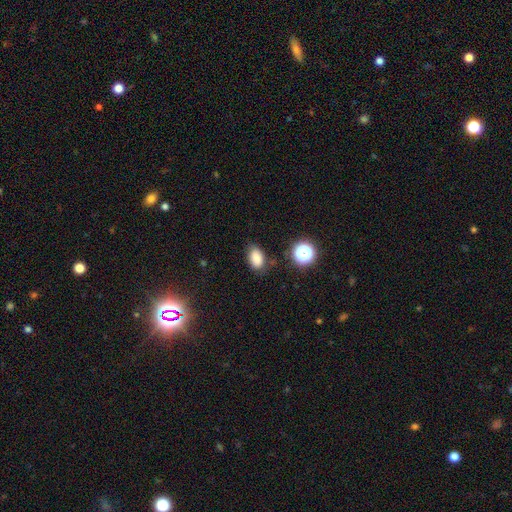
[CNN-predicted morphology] smooth-or-featured: smooth: 83% | star or artifact: 12% | featured or disk: 5%
  how-rounded: in between: 87% | round: 11% | cigar-shaped: 2%
  merging: none: 77% | minor disturbance: 16% | major disturbance: 4% | merger: 3%